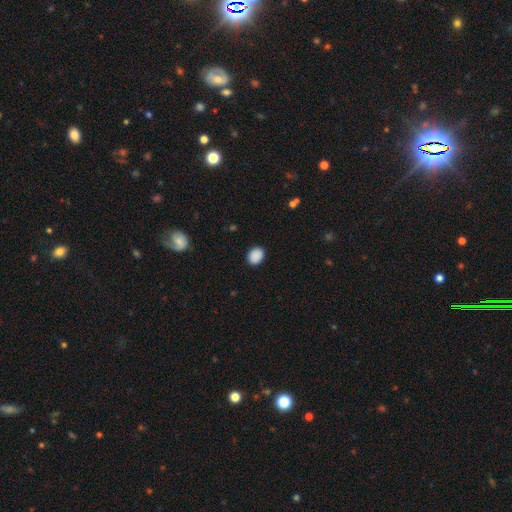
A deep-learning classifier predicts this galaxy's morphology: Q: Smooth or featured?
A: smooth (89%); runner-up: star or artifact (8%)
Q: How rounded?
A: in between (50%); runner-up: round (49%)
Q: Merging?
A: none (89%); runner-up: minor disturbance (8%)